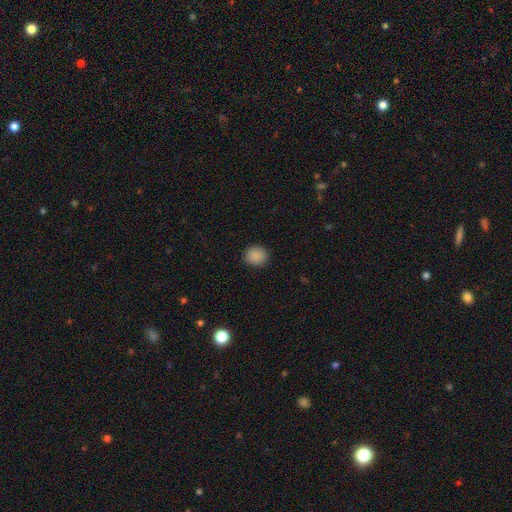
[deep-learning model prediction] The model was most divided on "how rounded": round: 79%, in between: 20%, cigar-shaped: 1%. More confident: merging — none (91%); smooth or featured — smooth (88%).